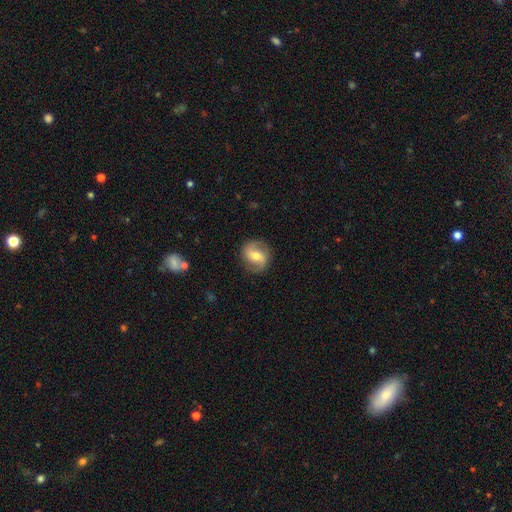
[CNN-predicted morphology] Smooth or featured: featured or disk — 61% (smooth — 31%)
Edge-on disk: no — 96% (yes — 4%)
Bar: weak — 42% (strong — 30%)
Spiral arms: yes — 82% (no — 18%)
Bulge size: moderate — 64% (small — 28%)
Merging: none — 83% (minor disturbance — 12%)